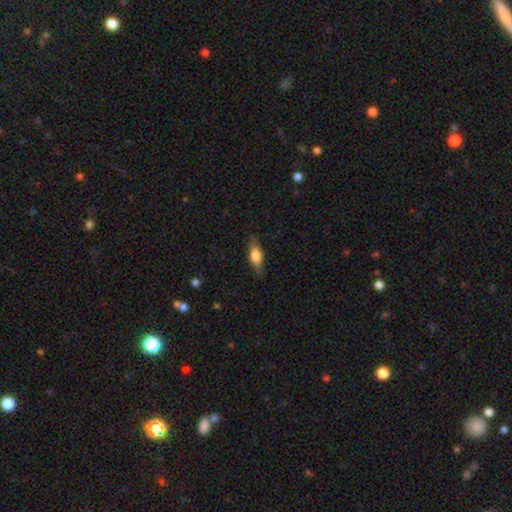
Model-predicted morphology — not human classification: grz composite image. It shows a smooth galaxy with no disk features (62%) that is in between round and cigar-shaped (60%). Merging: none (83%).